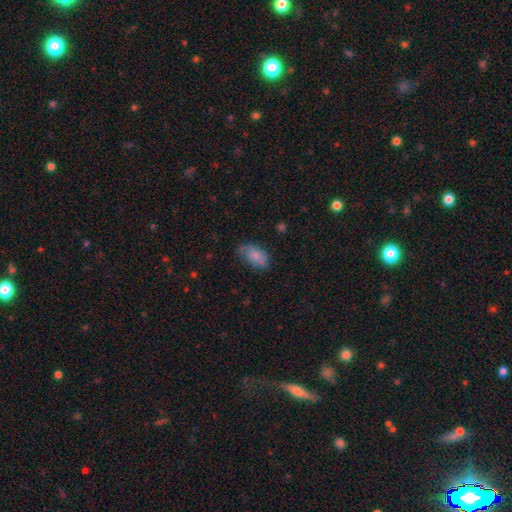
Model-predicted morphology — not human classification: type=smooth (79%); roundness=in between (92%); merging=none (59%).